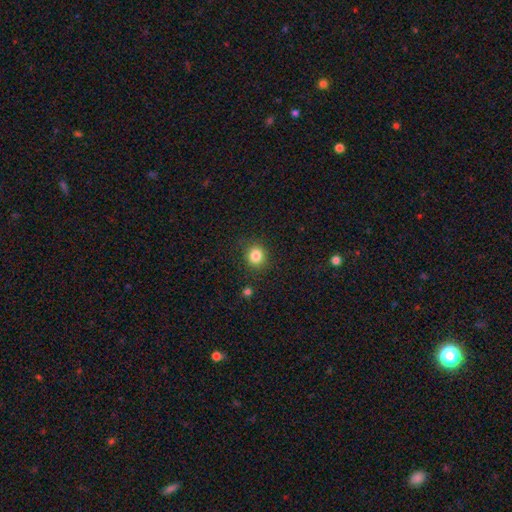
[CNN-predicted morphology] The model was most divided on "how rounded": round: 84%, in between: 16%, cigar-shaped: 1%. More confident: merging — none (87%); smooth or featured — smooth (83%).